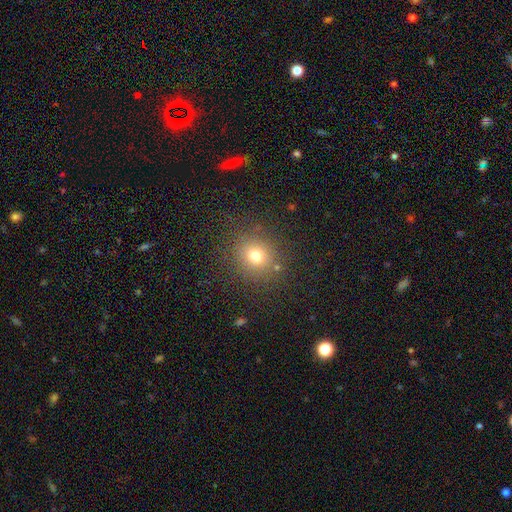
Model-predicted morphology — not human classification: A smooth galaxy with no disk features (73%) that is round (85%).

Vote fractions:
- Smooth or featured? smooth: 73% / star or artifact: 18% / featured or disk: 9%
- How rounded? round: 85% / in between: 14% / cigar-shaped: 1%
- Merging? none: 85% / minor disturbance: 9% / major disturbance: 4% / merger: 2%